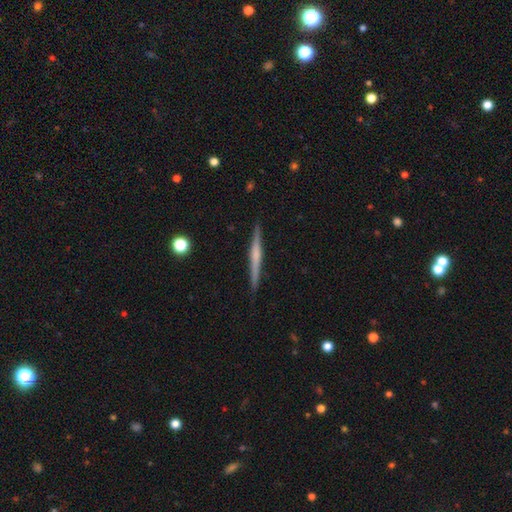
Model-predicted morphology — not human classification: The model was most divided on "edge-on bulge": rounded: 47%, none: 39%, boxy: 14%. More confident: edge-on disk — yes (98%); merging — none (91%); smooth or featured — featured or disk (65%).